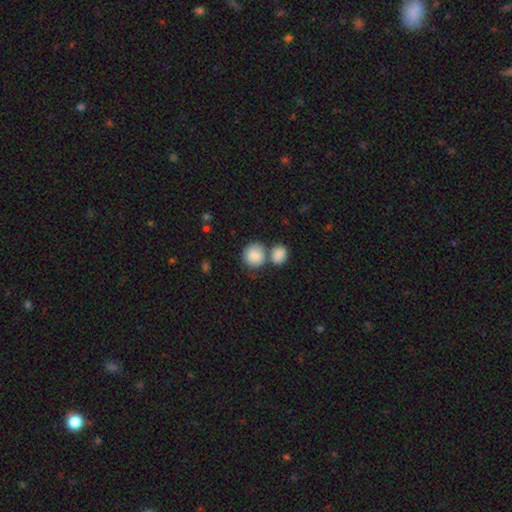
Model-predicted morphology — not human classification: Smooth or featured: smooth — 88% (star or artifact — 6%)
How rounded: round — 79% (in between — 20%)
Merging: none — 45% (merger — 40%)